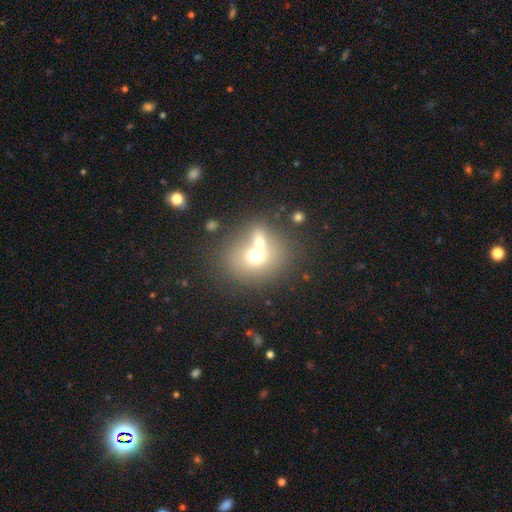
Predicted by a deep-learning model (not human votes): Q: Smooth or featured?
A: smooth (64%); runner-up: featured or disk (22%)
Q: How rounded?
A: round (65%); runner-up: in between (34%)
Q: Merging?
A: merger (52%); runner-up: none (35%)